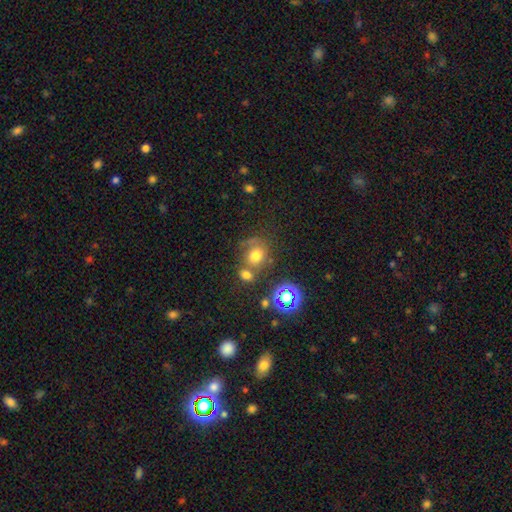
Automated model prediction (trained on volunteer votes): This appears to be a smooth galaxy with no disk features (63%) that is round (69%). Merging: none (41%).